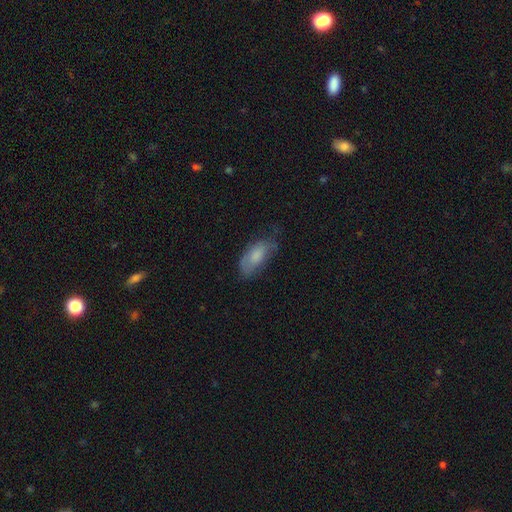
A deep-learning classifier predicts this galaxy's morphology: Smooth or featured? Predicted: smooth (p=0.71). How rounded? Predicted: in between (p=0.87). Merging? Predicted: none (p=0.52).